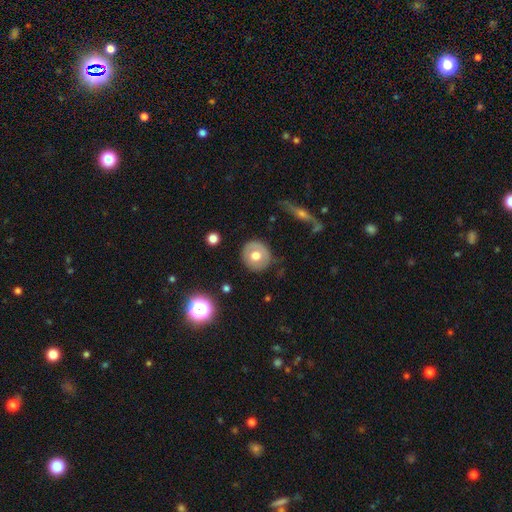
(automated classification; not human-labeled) Smooth or featured? Predicted: smooth (p=0.60). How rounded? Predicted: round (p=0.88). Merging? Predicted: none (p=0.84).